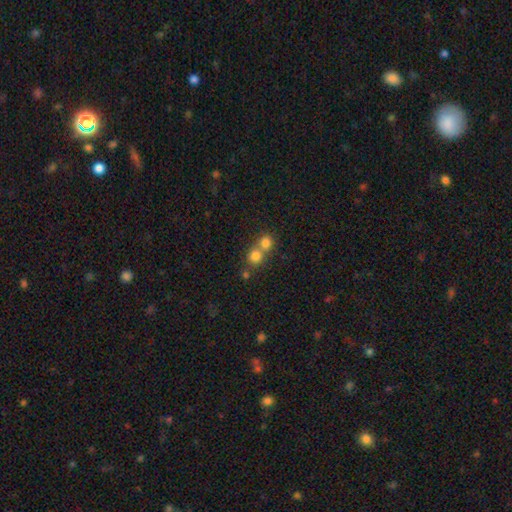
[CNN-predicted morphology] smooth-or-featured: smooth: 77% | star or artifact: 14% | featured or disk: 9%
  how-rounded: round: 85% | in between: 14% | cigar-shaped: 1%
  merging: merger: 54% | none: 39% | minor disturbance: 5% | major disturbance: 2%